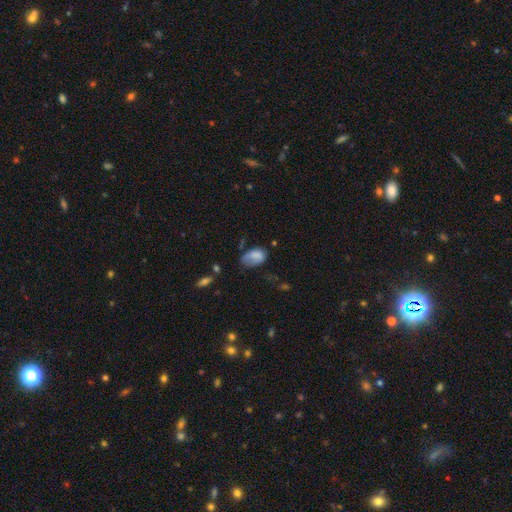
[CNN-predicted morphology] smooth_or_featured: smooth (p=0.75) [alt: featured or disk p=0.15]
how_rounded: in between (p=0.88) [alt: round p=0.11]
merging: none (p=0.37) [alt: minor disturbance p=0.34]